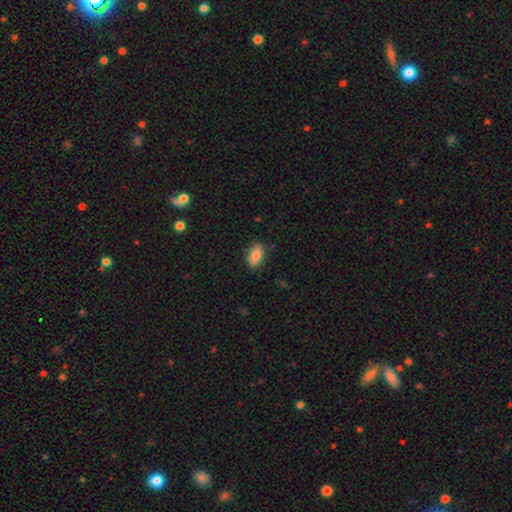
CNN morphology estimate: Smooth or featured: smooth — 84% (featured or disk — 8%)
How rounded: in between — 91% (round — 6%)
Merging: none — 83% (minor disturbance — 13%)